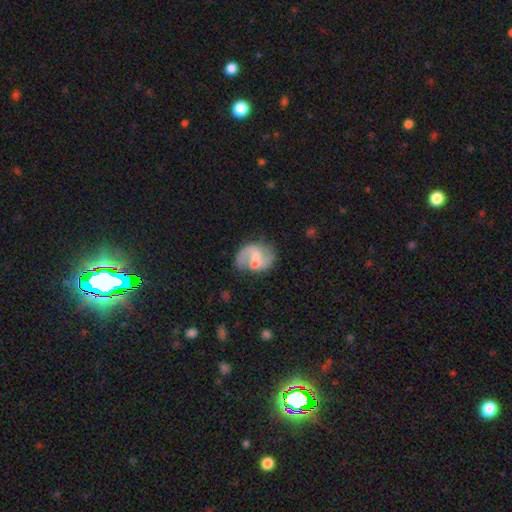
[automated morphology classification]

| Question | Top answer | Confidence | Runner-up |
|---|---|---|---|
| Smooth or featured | featured or disk | 80% | smooth (14%) |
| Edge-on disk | no | 98% | yes (2%) |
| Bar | weak | 47% | no (37%) |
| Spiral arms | yes | 91% | no (9%) |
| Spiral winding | loose | 47% | medium (42%) |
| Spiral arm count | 2 | 88% | 1 (5%) |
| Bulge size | small | 46% | moderate (39%) |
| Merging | none | 62% | minor disturbance (18%) |